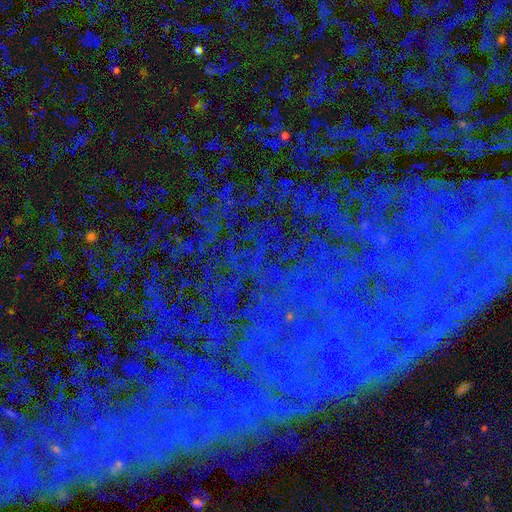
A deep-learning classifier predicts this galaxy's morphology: Smooth or featured: star or artifact — 83% (featured or disk — 9%)